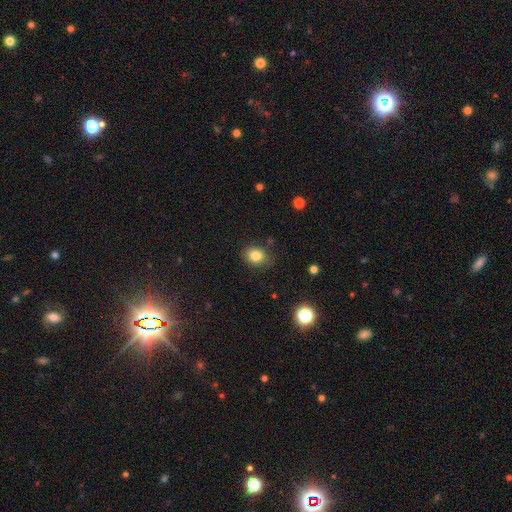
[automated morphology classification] Smooth or featured?
  - smooth: 82% *
  - star or artifact: 11%
  - featured or disk: 7%
How rounded?
  - in between: 50% *
  - round: 49%
  - cigar-shaped: 1%
Merging?
  - none: 79% *
  - minor disturbance: 15%
  - major disturbance: 4%
  - merger: 2%